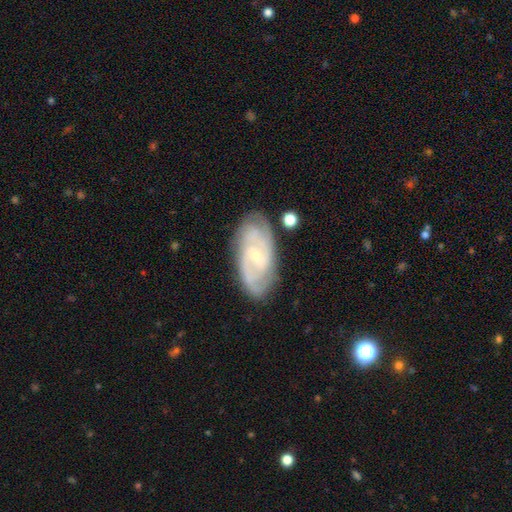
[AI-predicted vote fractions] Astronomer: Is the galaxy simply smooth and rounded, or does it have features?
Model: featured or disk — 83%.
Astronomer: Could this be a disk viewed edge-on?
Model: no — 95%.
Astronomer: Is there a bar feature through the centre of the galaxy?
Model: weak — 51% (runner-up: no, 34%).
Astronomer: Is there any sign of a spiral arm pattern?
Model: yes — 95%.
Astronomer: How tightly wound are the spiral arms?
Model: tight — 51% (runner-up: medium, 39%).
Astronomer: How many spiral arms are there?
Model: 2 — 49%.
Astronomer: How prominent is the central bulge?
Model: small — 75%.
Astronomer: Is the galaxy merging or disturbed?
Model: none — 78%.